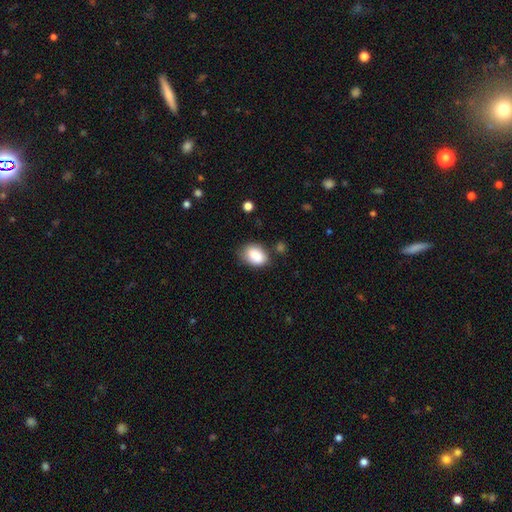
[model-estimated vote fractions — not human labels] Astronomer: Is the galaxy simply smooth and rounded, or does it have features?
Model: smooth — 86%.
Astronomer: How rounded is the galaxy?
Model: in between — 81%.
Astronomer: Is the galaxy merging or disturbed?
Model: none — 65%.